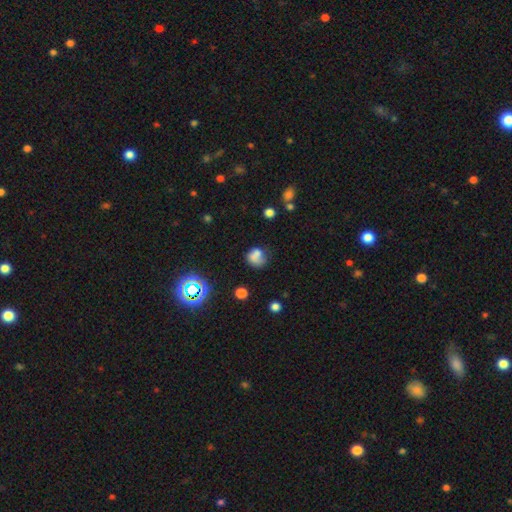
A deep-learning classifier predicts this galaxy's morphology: Smooth or featured: smooth — 68% (featured or disk — 17%)
How rounded: round — 68% (in between — 31%)
Merging: none — 42% (minor disturbance — 23%)